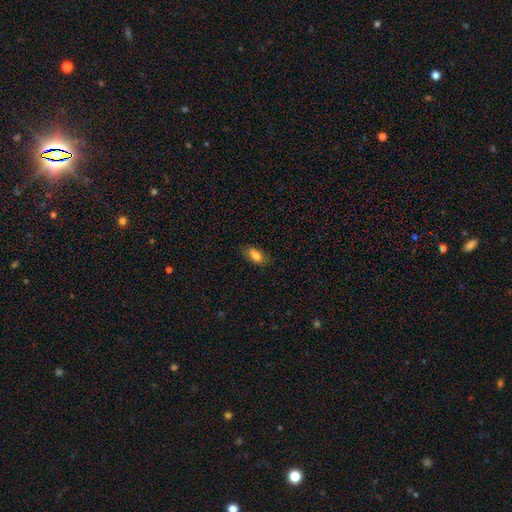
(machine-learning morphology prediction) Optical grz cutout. It shows a smooth galaxy with no disk features (81%) that is in between round and cigar-shaped (87%). Merging: none (77%).